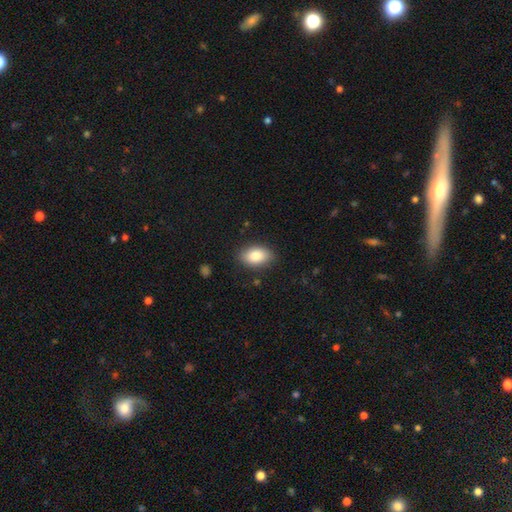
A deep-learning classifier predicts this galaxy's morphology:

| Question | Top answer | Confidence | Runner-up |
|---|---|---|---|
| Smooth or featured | smooth | 86% | featured or disk (7%) |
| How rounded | in between | 90% | round (9%) |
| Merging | none | 84% | minor disturbance (12%) |